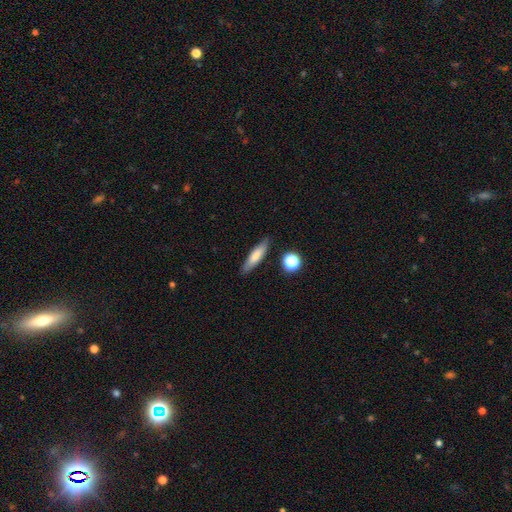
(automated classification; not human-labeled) Overall: smooth (71%). How rounded: cigar-shaped (71%). Merging: none (85%).